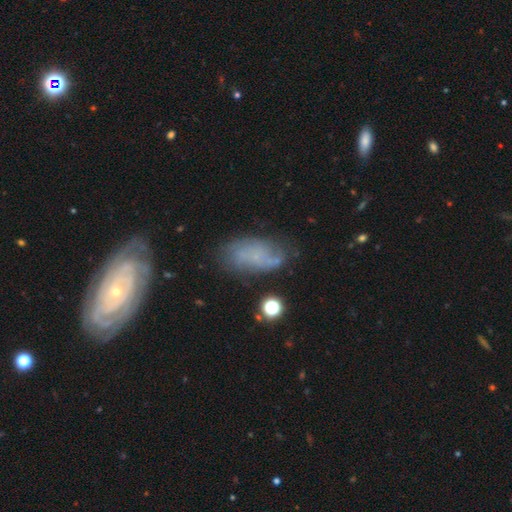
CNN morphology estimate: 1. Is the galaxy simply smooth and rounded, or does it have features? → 51% featured or disk, 37% smooth, 12% star or artifact.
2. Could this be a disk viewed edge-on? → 92% no, 8% yes.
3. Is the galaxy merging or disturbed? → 56% none, 25% minor disturbance, 13% major disturbance, 5% merger.